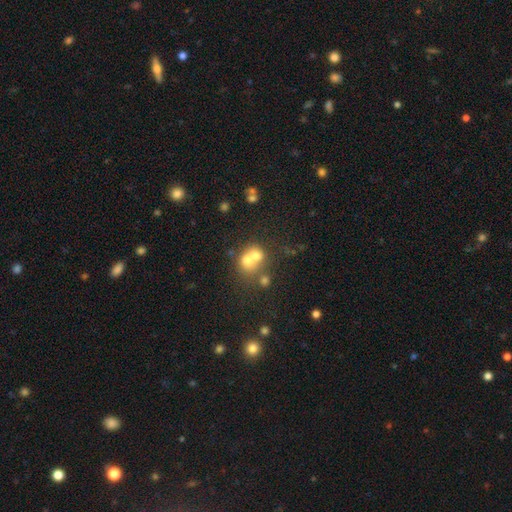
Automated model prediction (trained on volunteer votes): Morphology: type=smooth (63%); roundness=round (67%); merging=merger (65%).